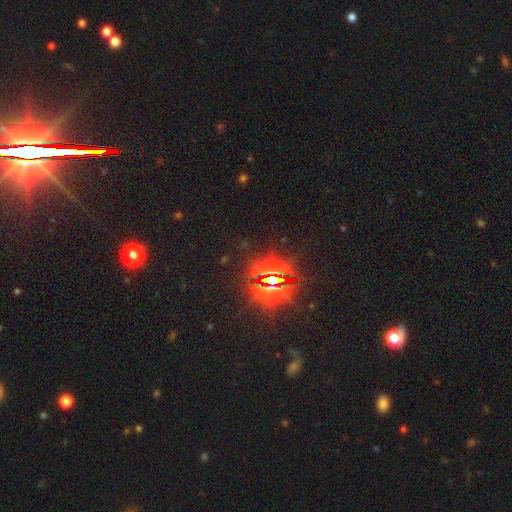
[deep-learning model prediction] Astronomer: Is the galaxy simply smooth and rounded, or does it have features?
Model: star or artifact — 83%.